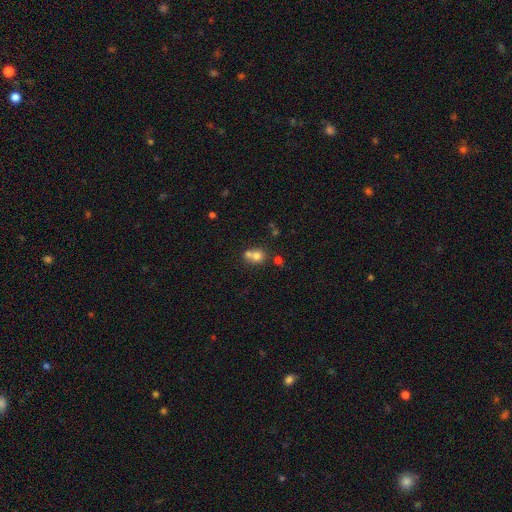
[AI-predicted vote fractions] A smooth galaxy with no disk features (73%) that is round (76%). Merging: merger (54%).